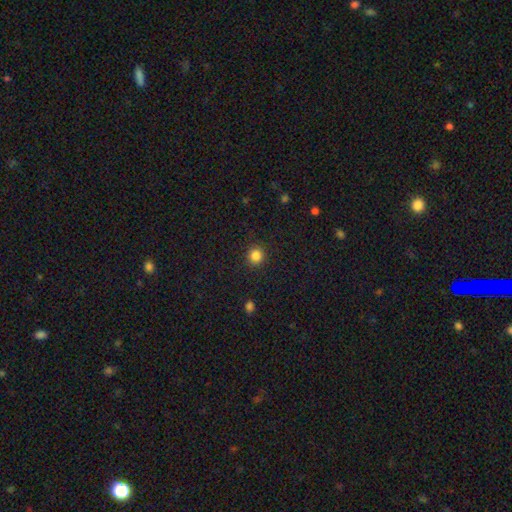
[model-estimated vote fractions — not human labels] This appears to be a smooth galaxy with no disk features (84%) that is round (90%). Merging: none (90%).